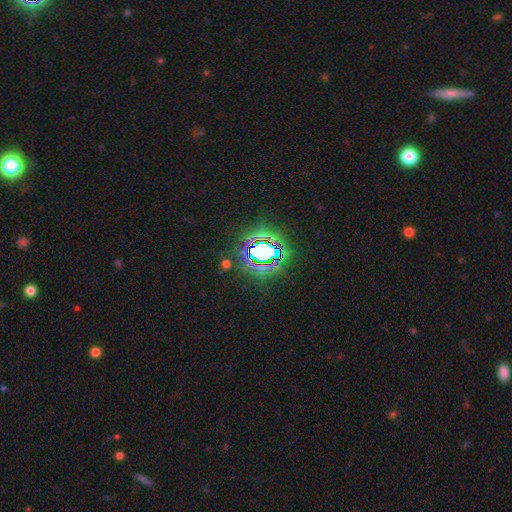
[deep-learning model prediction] Q: Smooth or featured?
A: star or artifact (79%); runner-up: smooth (12%)